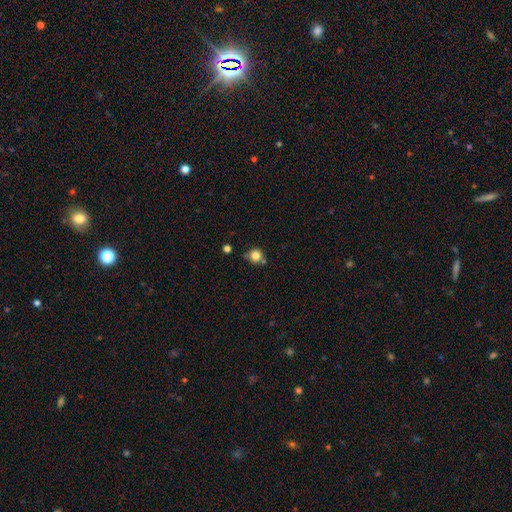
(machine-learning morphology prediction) smooth 81%, star or artifact 12%, featured or disk 7%. Down the decision tree: how rounded — round (92%); merging — none (71%).